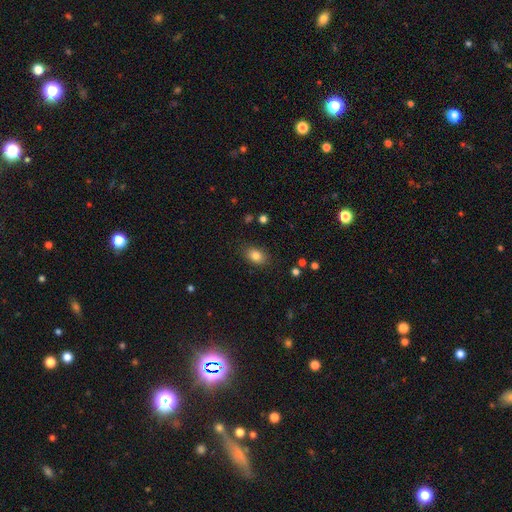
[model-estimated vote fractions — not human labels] Smooth or featured?
  - smooth: 84% *
  - star or artifact: 10%
  - featured or disk: 7%
How rounded?
  - in between: 77% *
  - round: 22%
  - cigar-shaped: 1%
Merging?
  - none: 84% *
  - minor disturbance: 11%
  - major disturbance: 3%
  - merger: 1%